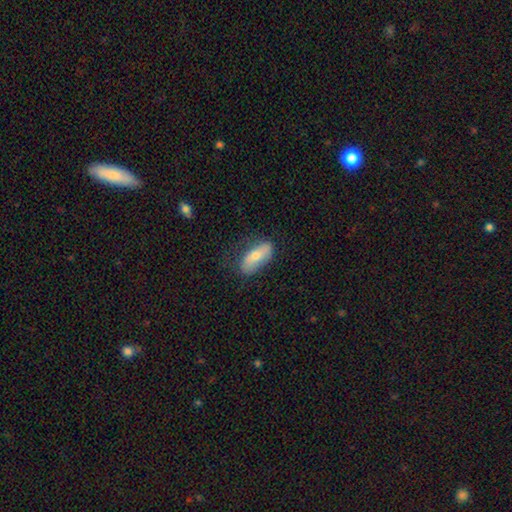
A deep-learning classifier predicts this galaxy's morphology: The model was most divided on "smooth or featured": smooth: 63%, featured or disk: 30%, star or artifact: 7%. More confident: how rounded — in between (77%); merging — none (66%).